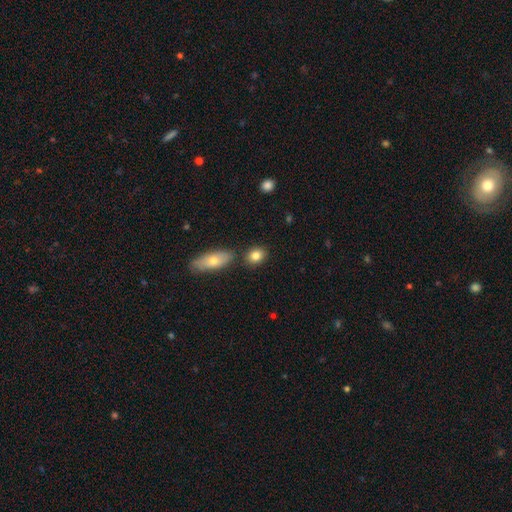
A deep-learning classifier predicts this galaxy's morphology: smooth_or_featured: smooth (p=0.81) [alt: featured or disk p=0.10]
how_rounded: in between (p=0.56) [alt: round p=0.41]
merging: none (p=0.75) [alt: merger p=0.11]